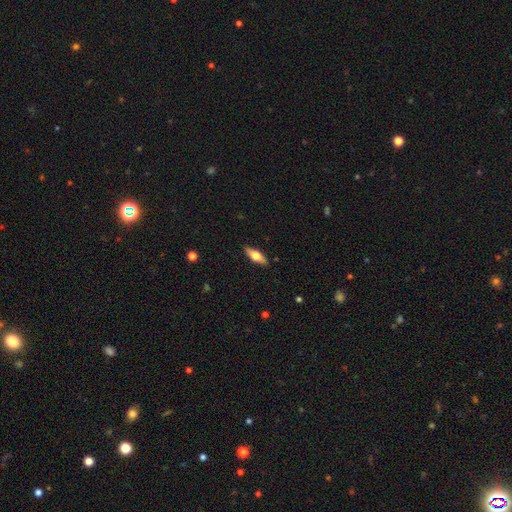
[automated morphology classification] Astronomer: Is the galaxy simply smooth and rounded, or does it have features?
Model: smooth — 53% (runner-up: featured or disk, 41%).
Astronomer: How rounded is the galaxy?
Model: in between — 60% (runner-up: cigar-shaped, 37%).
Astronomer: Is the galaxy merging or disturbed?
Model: none — 88%.